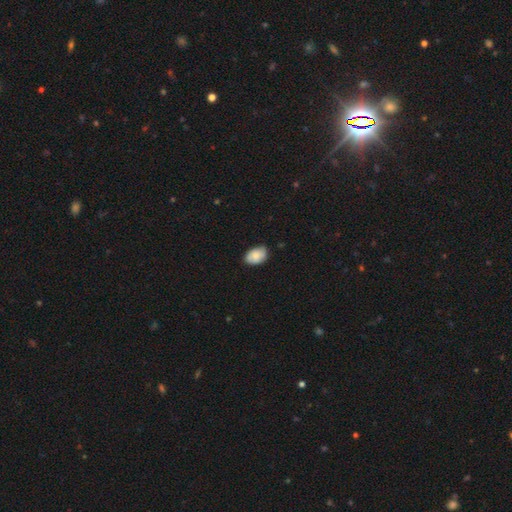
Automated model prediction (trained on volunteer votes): Morphology: type=smooth (78%); roundness=in between (87%); merging=none (73%).